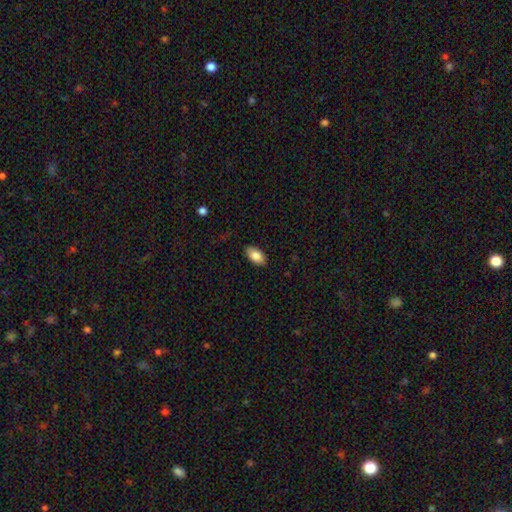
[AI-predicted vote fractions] Smooth or featured? Predicted: smooth (p=0.85). How rounded? Predicted: in between (p=0.94). Merging? Predicted: none (p=0.86).